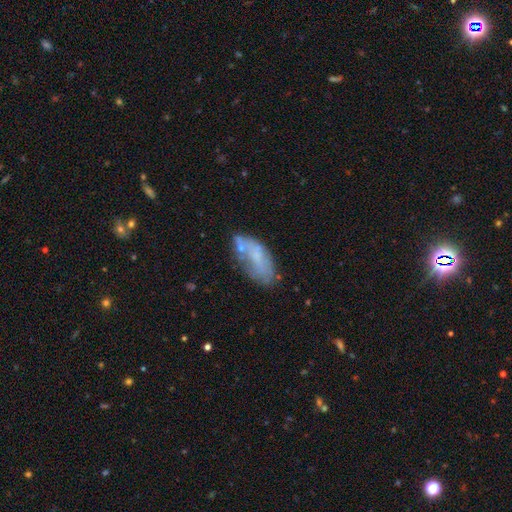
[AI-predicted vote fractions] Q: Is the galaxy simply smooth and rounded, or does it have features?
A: smooth — 53%.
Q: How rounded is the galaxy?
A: in between — 86%.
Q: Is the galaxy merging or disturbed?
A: none — 46%.